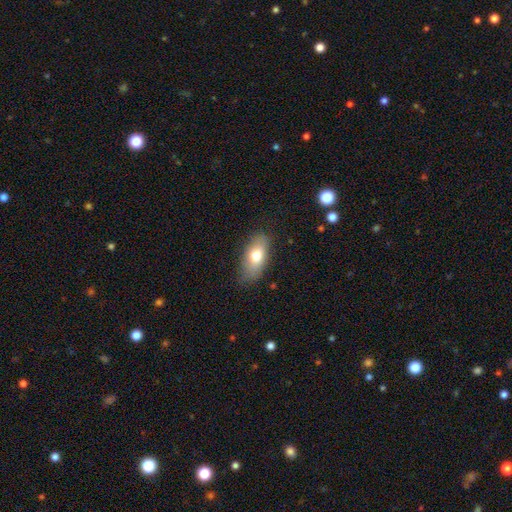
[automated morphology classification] Smooth or featured? Predicted: smooth (p=0.73). How rounded? Predicted: in between (p=0.86). Merging? Predicted: none (p=0.80).